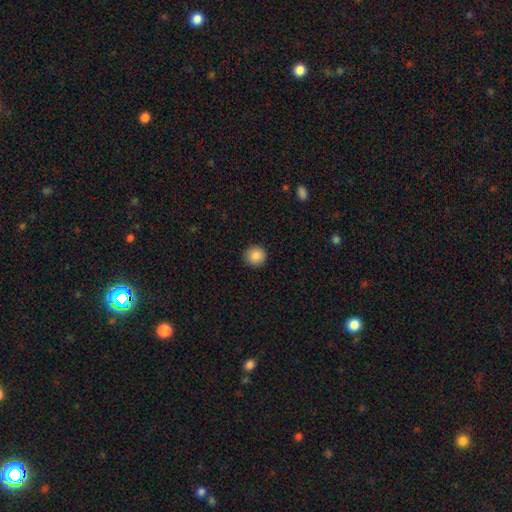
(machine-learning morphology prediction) Q: Smooth or featured?
A: smooth (87%); runner-up: star or artifact (9%)
Q: How rounded?
A: round (94%); runner-up: in between (5%)
Q: Merging?
A: none (91%); runner-up: minor disturbance (6%)